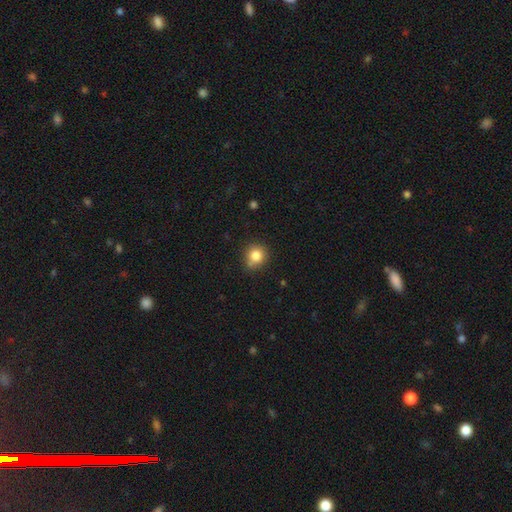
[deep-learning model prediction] Smooth or featured?
  - smooth: 82% *
  - star or artifact: 11%
  - featured or disk: 7%
How rounded?
  - round: 88% *
  - in between: 11%
  - cigar-shaped: 1%
Merging?
  - none: 71% *
  - minor disturbance: 18%
  - merger: 6%
  - major disturbance: 4%